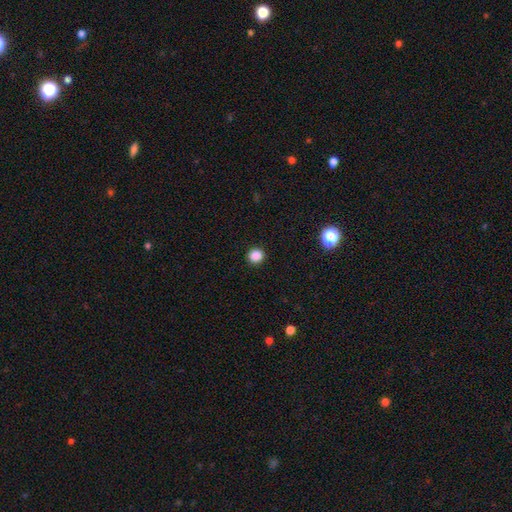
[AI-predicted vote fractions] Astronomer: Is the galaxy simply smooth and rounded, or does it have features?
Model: smooth — 87%.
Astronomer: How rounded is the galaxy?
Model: round — 88%.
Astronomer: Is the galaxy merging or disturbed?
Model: none — 92%.